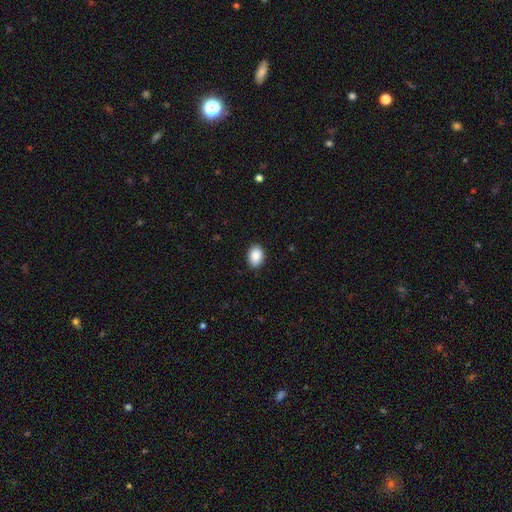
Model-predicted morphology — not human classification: Smooth or featured? Predicted: smooth (p=0.88). How rounded? Predicted: in between (p=0.79). Merging? Predicted: none (p=0.89).